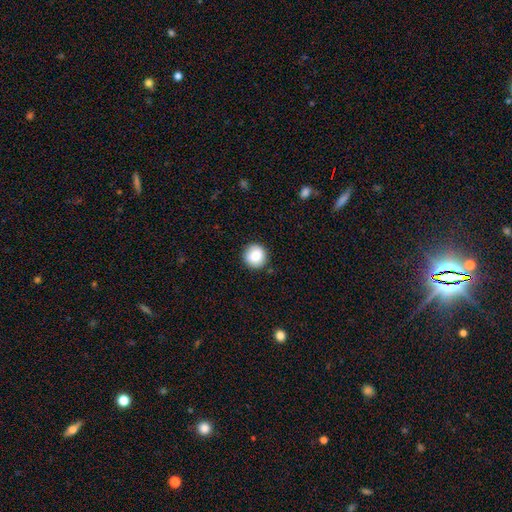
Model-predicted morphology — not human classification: Overall: smooth (85%). How rounded: round (95%). Merging: none (90%).